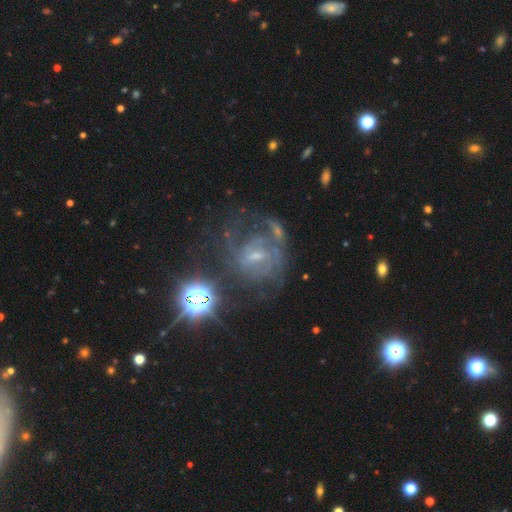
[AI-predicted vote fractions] Overall: featured or disk (68%). Edge-on disk: no (97%). Bar: weak (50%; no 35%). Spiral arms: yes (74%). Bulge size: small (58%; moderate 26%). Merging: none (46%; major disturbance 28%).